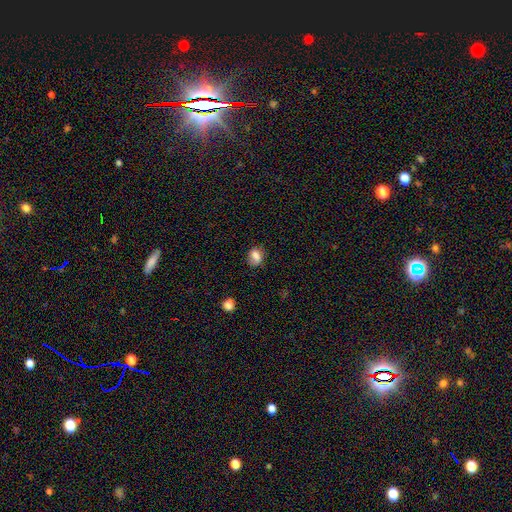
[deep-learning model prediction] The model was most divided on "how rounded": in between: 61%, round: 37%, cigar-shaped: 2%. More confident: smooth or featured — smooth (77%); merging — none (67%).